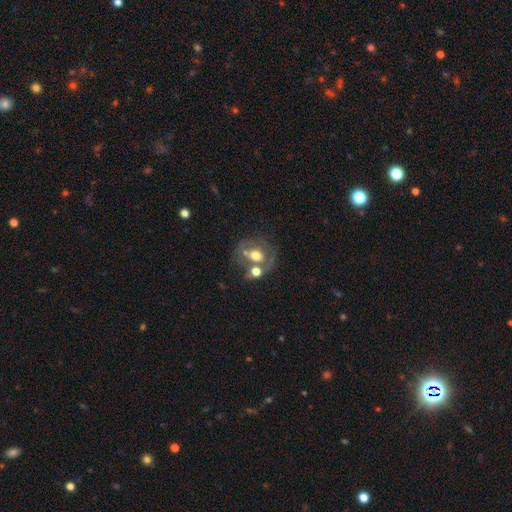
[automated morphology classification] featured or disk 48%, smooth 42%, star or artifact 10%. Down the decision tree: merging — none (48%).